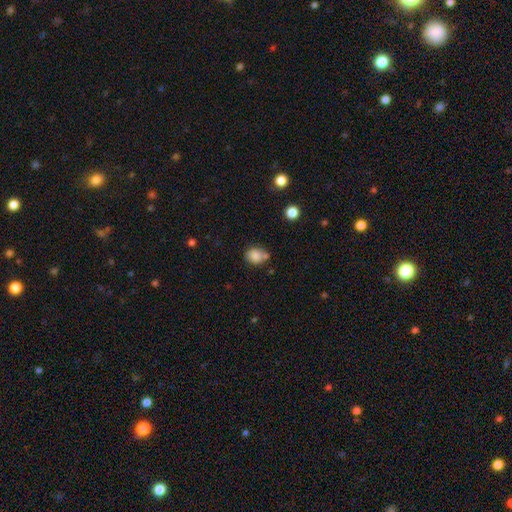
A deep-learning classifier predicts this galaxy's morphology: Overall: smooth (82%). How rounded: round (56%; in between 43%). Merging: none (62%).